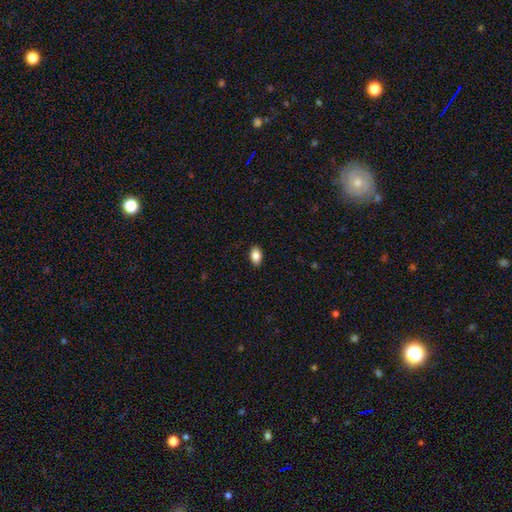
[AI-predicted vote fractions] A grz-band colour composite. It shows a smooth galaxy with no disk features (86%) that is in between round and cigar-shaped (91%). Merging: none (90%).